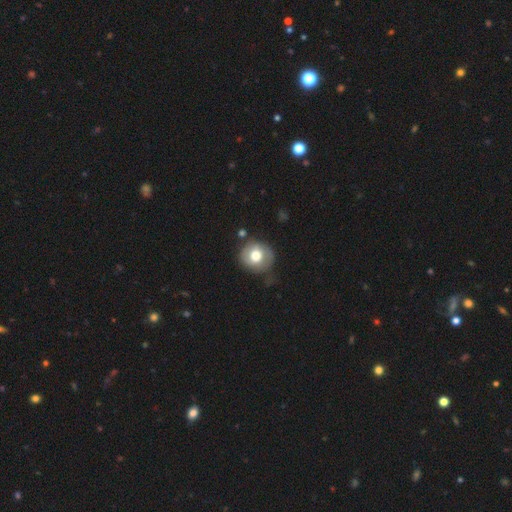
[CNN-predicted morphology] A smooth galaxy with no disk features (66%) that is round (84%). Merging: none (65%).